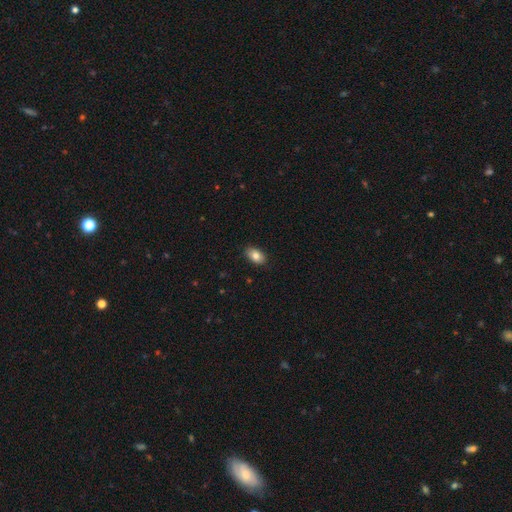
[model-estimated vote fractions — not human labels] smooth_or_featured: smooth (p=0.83) [alt: featured or disk p=0.09]
how_rounded: in between (p=0.90) [alt: round p=0.08]
merging: none (p=0.88) [alt: minor disturbance p=0.09]